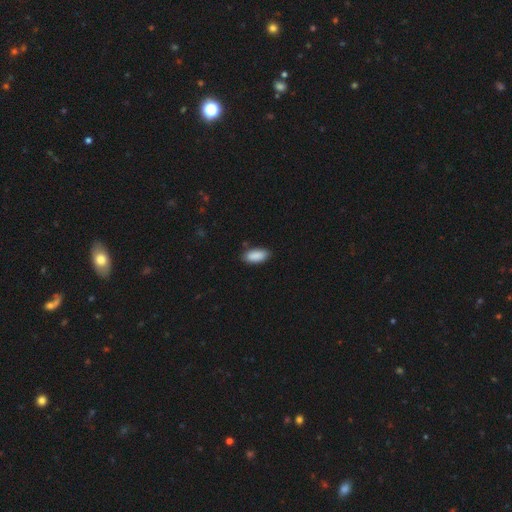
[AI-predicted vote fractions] This is clearly a smooth galaxy (90%). How rounded: clearly in between (90%). Merging: clearly none (83%).